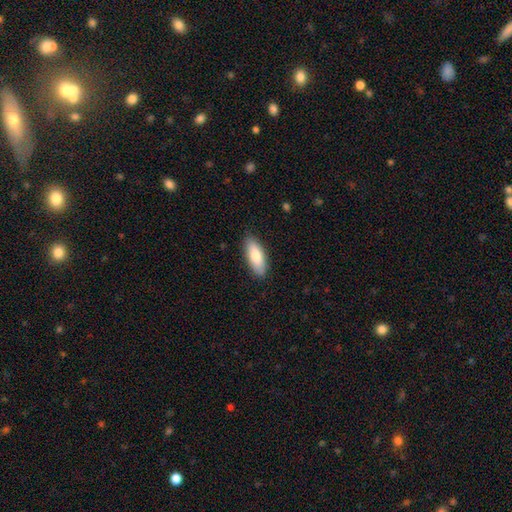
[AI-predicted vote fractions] Smooth or featured?
  - smooth: 80% *
  - featured or disk: 14%
  - star or artifact: 6%
How rounded?
  - in between: 77% *
  - cigar-shaped: 21%
  - round: 2%
Merging?
  - none: 87% *
  - minor disturbance: 10%
  - major disturbance: 2%
  - merger: 1%